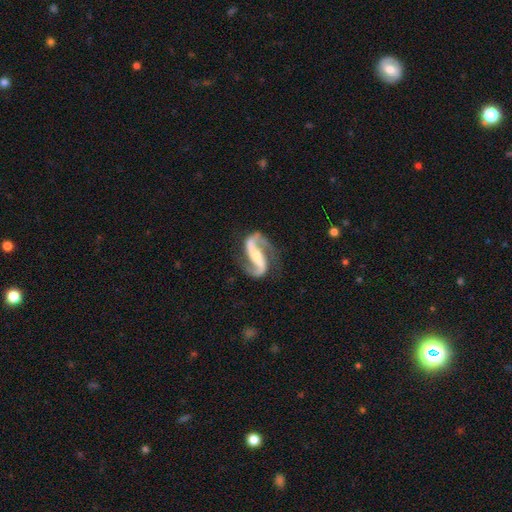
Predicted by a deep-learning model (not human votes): A featured or disk galaxy (92%) with a strong bar (55%), 2 (94%) medium (45%) spiral arms (98%) and a small central bulge (45%). Merging: none (79%).